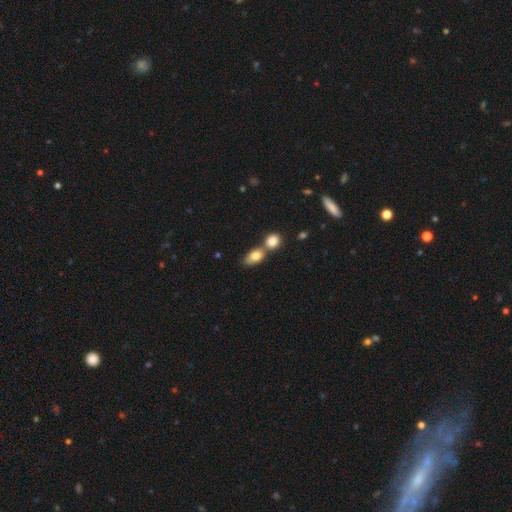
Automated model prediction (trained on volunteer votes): Smooth or featured? smooth (80%)
How rounded? in between (79%)
Merging? merger (48%)